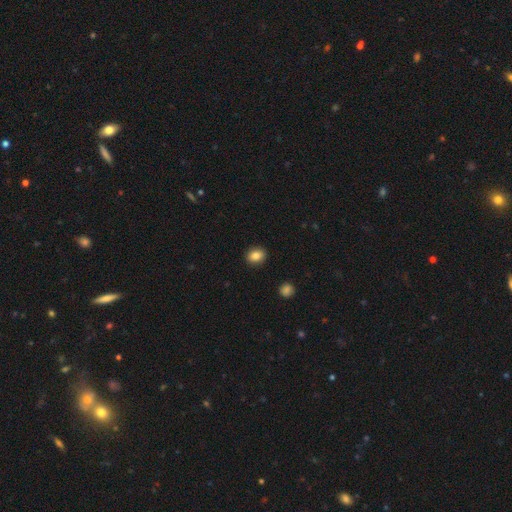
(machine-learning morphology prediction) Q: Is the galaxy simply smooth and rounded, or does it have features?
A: smooth — 85%.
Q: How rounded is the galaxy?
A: in between — 51%.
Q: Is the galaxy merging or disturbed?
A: none — 91%.